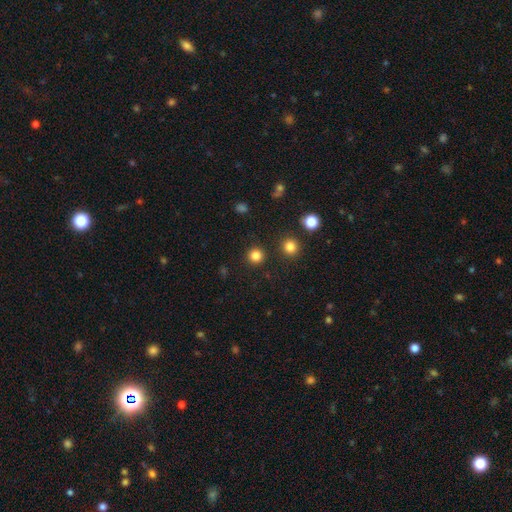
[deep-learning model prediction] smooth_or_featured: smooth (p=0.83) [alt: star or artifact p=0.14]
how_rounded: round (p=0.95) [alt: in between p=0.04]
merging: none (p=0.91) [alt: minor disturbance p=0.05]